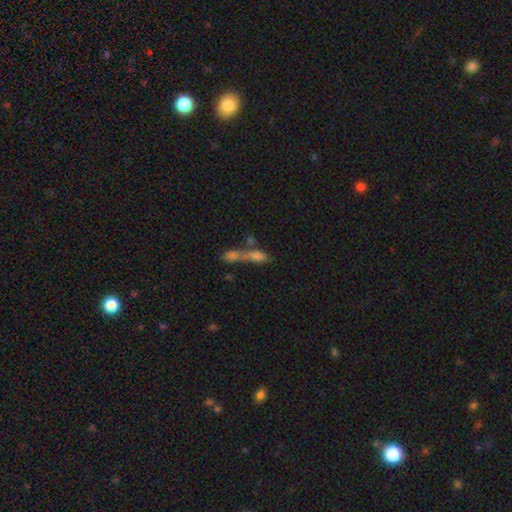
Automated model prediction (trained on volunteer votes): Smooth or featured: smooth — 65% (featured or disk — 22%)
How rounded: in between — 57% (cigar-shaped — 36%)
Merging: merger — 70% (none — 17%)